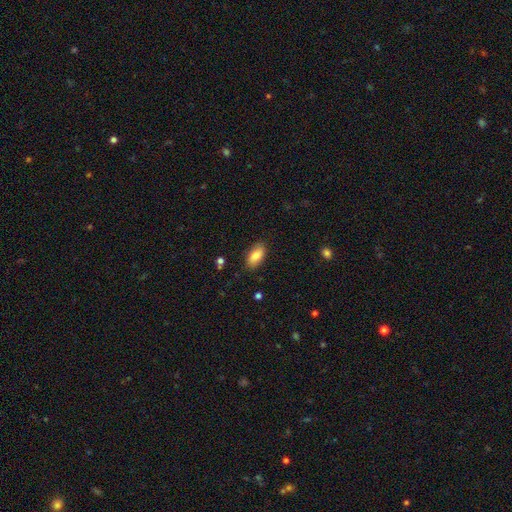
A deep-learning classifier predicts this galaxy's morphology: smooth-or-featured: smooth: 82% | featured or disk: 11% | star or artifact: 7%
  how-rounded: in between: 92% | cigar-shaped: 5% | round: 3%
  merging: none: 85% | minor disturbance: 11% | major disturbance: 2% | merger: 1%